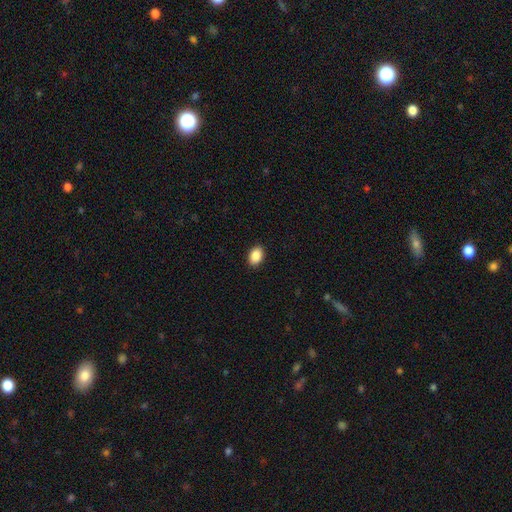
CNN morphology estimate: The model was most divided on "how rounded": in between: 83%, round: 16%, cigar-shaped: 1%. More confident: merging — none (91%); smooth or featured — smooth (89%).